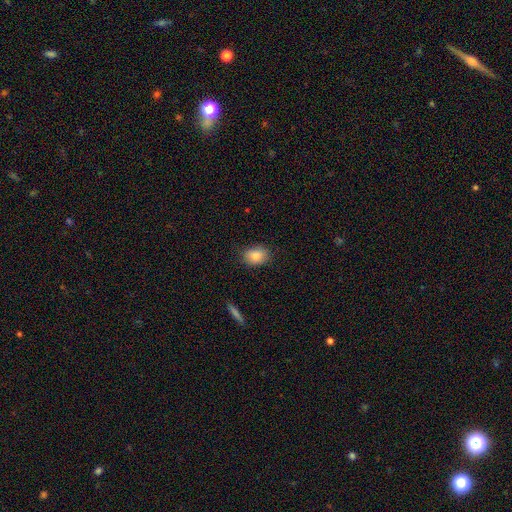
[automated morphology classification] Q: Smooth or featured?
A: smooth (86%); runner-up: star or artifact (8%)
Q: How rounded?
A: in between (70%); runner-up: round (29%)
Q: Merging?
A: none (83%); runner-up: minor disturbance (13%)